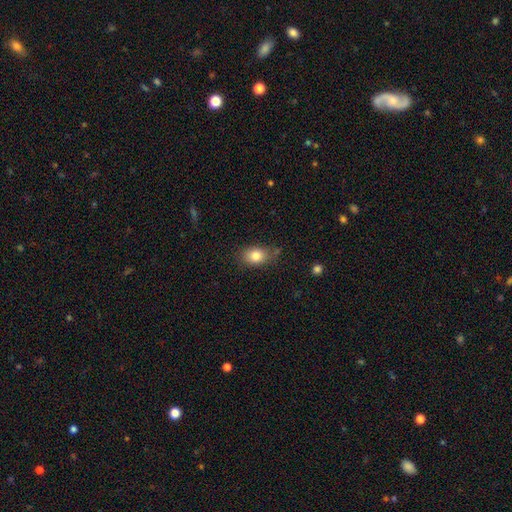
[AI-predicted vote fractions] Morphology: type=smooth (81%); roundness=in between (76%); merging=none (73%).